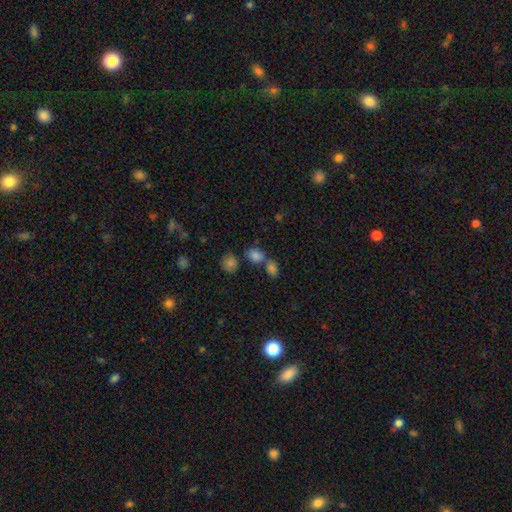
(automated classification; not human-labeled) Smooth or featured? Predicted: smooth (p=0.79). How rounded? Predicted: in between (p=0.65). Merging? Predicted: none (p=0.43).